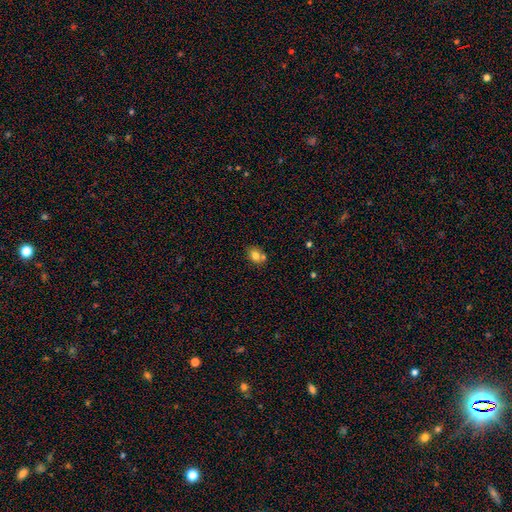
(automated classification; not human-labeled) Overall: smooth (77%). How rounded: in between (54%; round 45%). Merging: none (60%; merger 24%).